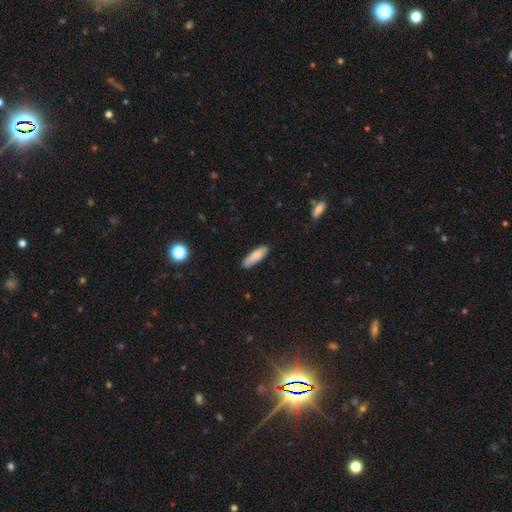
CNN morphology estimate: Smooth or featured? Predicted: smooth (p=0.83). How rounded? Predicted: cigar-shaped (p=0.55). Merging? Predicted: none (p=0.85).